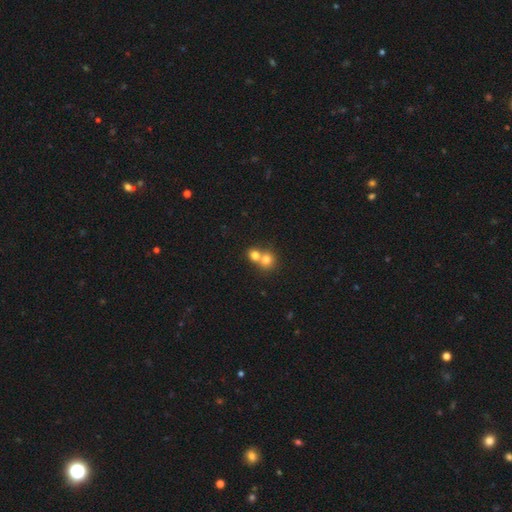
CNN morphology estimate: Q: Smooth or featured?
A: smooth (76%); runner-up: featured or disk (12%)
Q: How rounded?
A: round (79%); runner-up: in between (20%)
Q: Merging?
A: merger (60%); runner-up: none (33%)